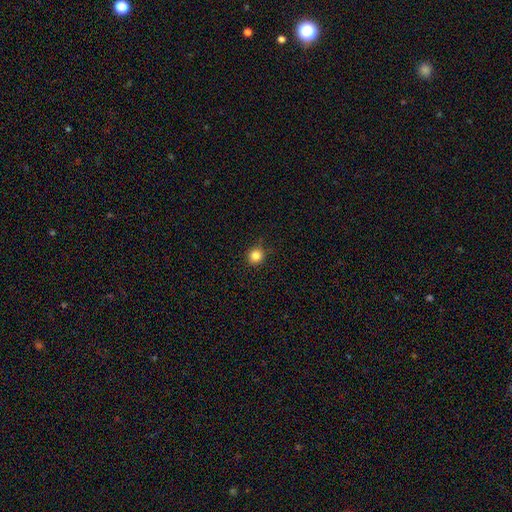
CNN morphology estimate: smooth-or-featured: smooth: 84% | star or artifact: 12% | featured or disk: 4%
  how-rounded: round: 93% | in between: 6% | cigar-shaped: 1%
  merging: none: 89% | minor disturbance: 8% | major disturbance: 2% | merger: 1%